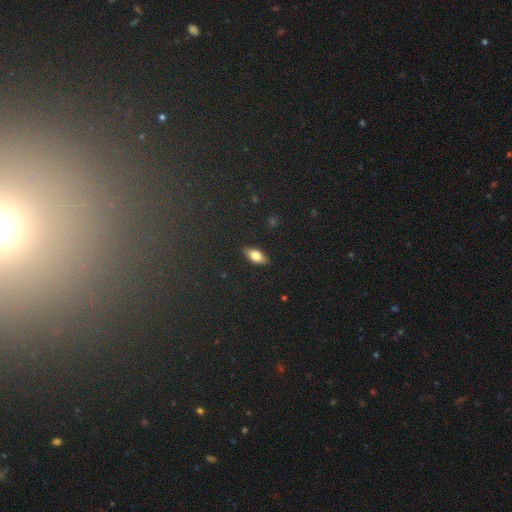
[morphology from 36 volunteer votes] Smooth or featured?
  - smooth: 86% *
  - featured or disk: 14%
  - star or artifact: 0%
How rounded?
  - in between: 84% *
  - cigar-shaped: 13%
  - round: 3%
Merging?
  - none: 97% *
  - minor disturbance: 3%
  - major disturbance: 0%
  - merger: 0%